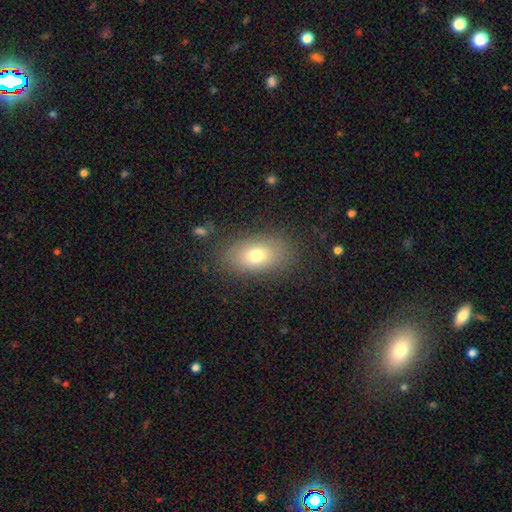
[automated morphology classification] type=smooth (74%); roundness=in between (88%); merging=none (83%).